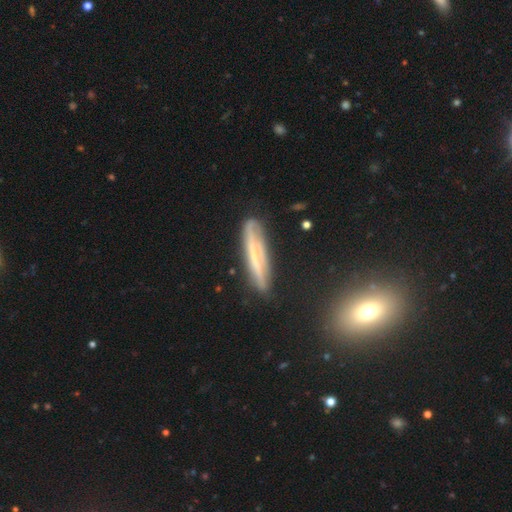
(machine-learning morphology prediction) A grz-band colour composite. It shows a featured or disk galaxy (53%) viewed edge-on (72%). Merging: none (77%).